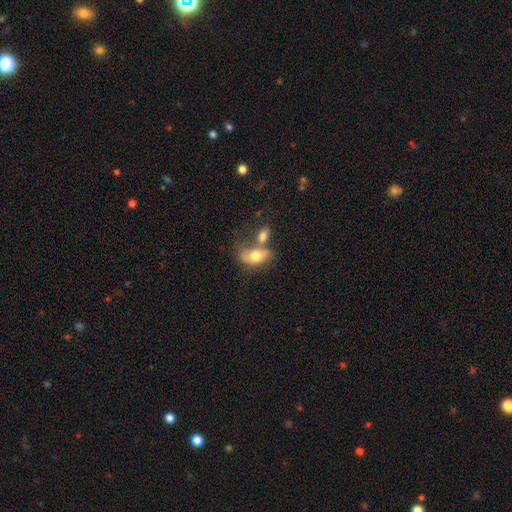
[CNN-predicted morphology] smooth-or-featured: smooth: 66% | featured or disk: 26% | star or artifact: 8%
  how-rounded: in between: 85% | round: 9% | cigar-shaped: 6%
  merging: merger: 48% | none: 28% | minor disturbance: 14% | major disturbance: 10%